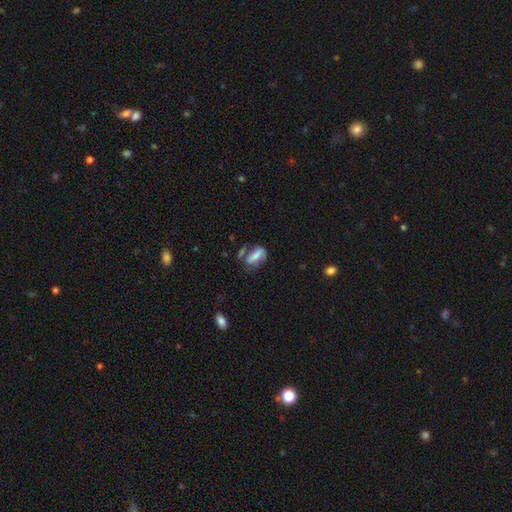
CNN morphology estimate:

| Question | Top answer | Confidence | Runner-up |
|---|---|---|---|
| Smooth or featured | smooth | 67% | featured or disk (24%) |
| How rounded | in between | 70% | cigar-shaped (25%) |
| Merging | none | 48% | minor disturbance (24%) |